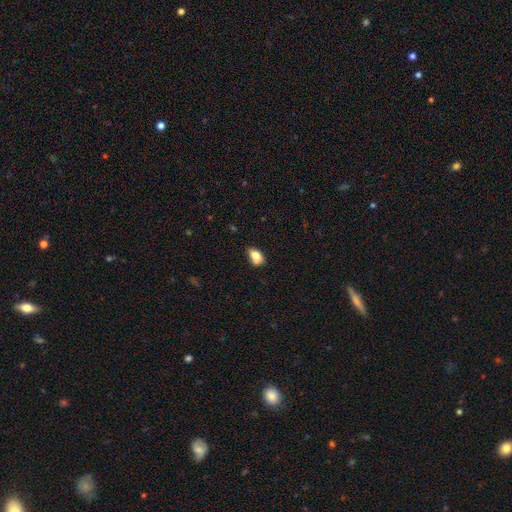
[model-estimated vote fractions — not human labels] Morphology: type=smooth (77%); roundness=in between (86%); merging=none (52%).